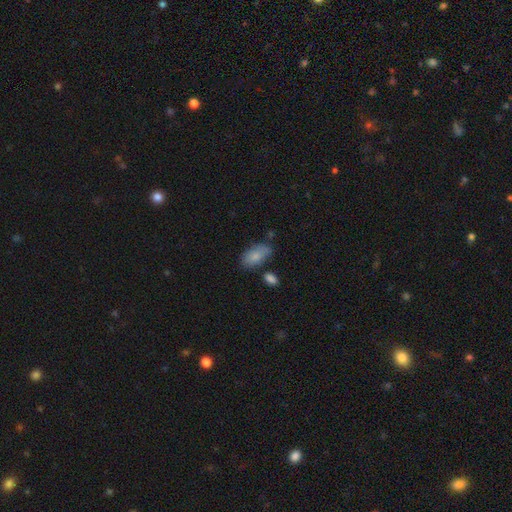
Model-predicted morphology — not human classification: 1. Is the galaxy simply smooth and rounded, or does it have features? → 83% smooth, 10% featured or disk, 7% star or artifact.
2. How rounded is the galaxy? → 93% in between, 4% round, 3% cigar-shaped.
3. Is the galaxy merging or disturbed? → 64% none, 22% minor disturbance, 8% merger, 5% major disturbance.